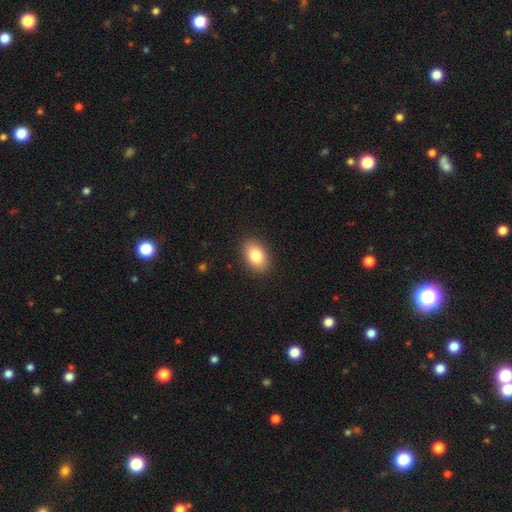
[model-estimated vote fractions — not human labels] Smooth or featured: smooth — 83% (featured or disk — 9%)
How rounded: in between — 84% (round — 14%)
Merging: none — 89% (minor disturbance — 8%)